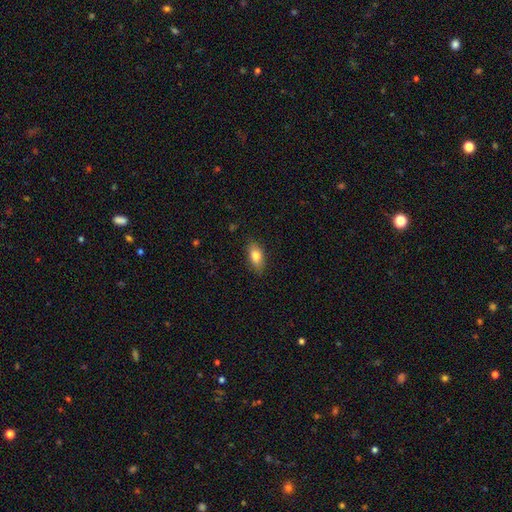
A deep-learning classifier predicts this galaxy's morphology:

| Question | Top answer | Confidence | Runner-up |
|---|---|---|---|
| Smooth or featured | smooth | 81% | featured or disk (12%) |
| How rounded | in between | 88% | cigar-shaped (8%) |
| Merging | none | 85% | minor disturbance (12%) |